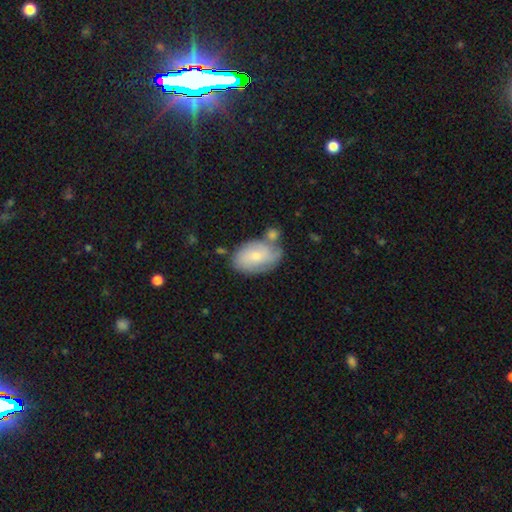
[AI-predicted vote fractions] This is possibly a smooth galaxy (57%). How rounded: clearly in between (87%). Merging: possibly none (53%).